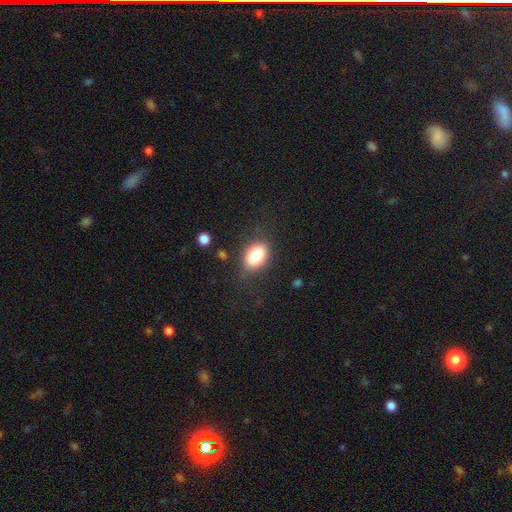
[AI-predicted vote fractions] smooth 82%, featured or disk 10%, star or artifact 9%. Down the decision tree: how rounded — in between (83%); merging — none (79%).